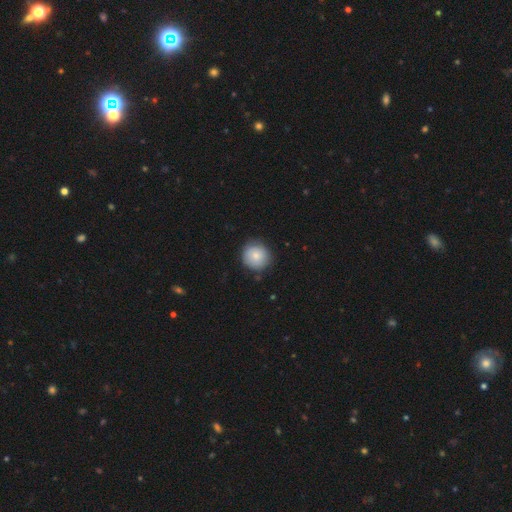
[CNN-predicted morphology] The model was most divided on "merging": none: 82%, minor disturbance: 14%, major disturbance: 3%, merger: 1%. More confident: how rounded — round (93%); smooth or featured — smooth (81%).